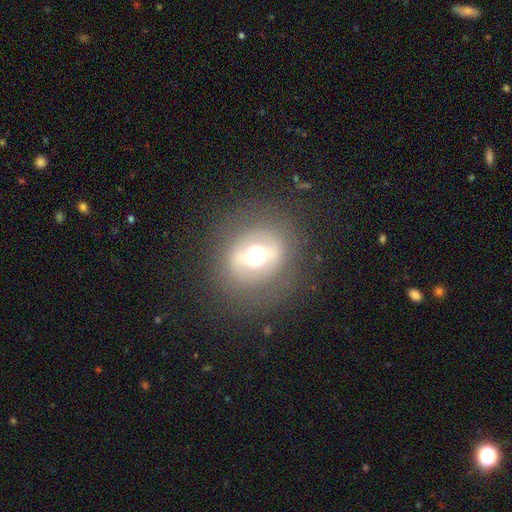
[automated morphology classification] featured or disk 53%, smooth 35%, star or artifact 12%. Down the decision tree: edge-on disk — no (86%); merging — none (79%).